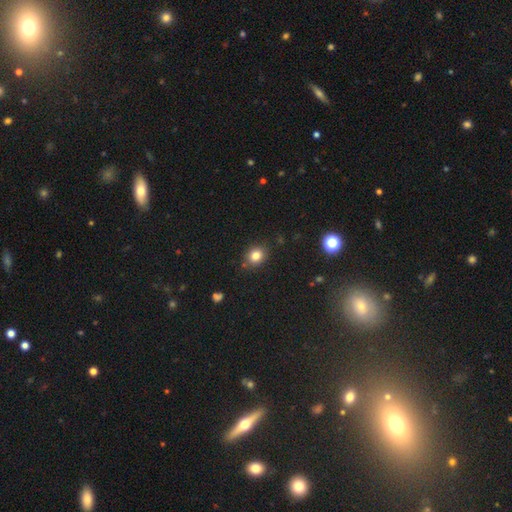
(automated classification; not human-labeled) Smooth or featured? Predicted: smooth (p=0.81). How rounded? Predicted: round (p=0.68). Merging? Predicted: none (p=0.84).